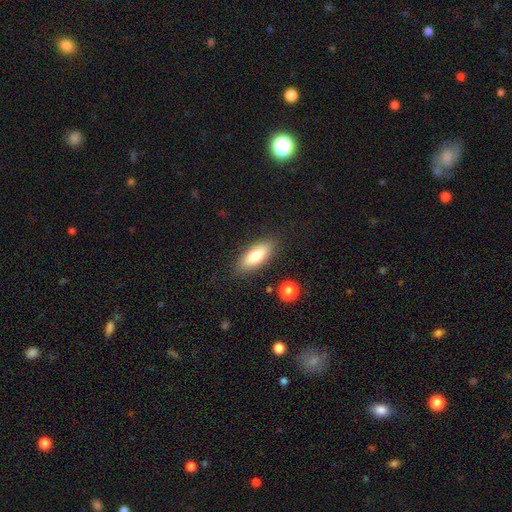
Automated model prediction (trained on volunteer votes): Smooth or featured: smooth — 76% (featured or disk — 17%)
How rounded: in between — 73% (cigar-shaped — 24%)
Merging: none — 85% (minor disturbance — 10%)